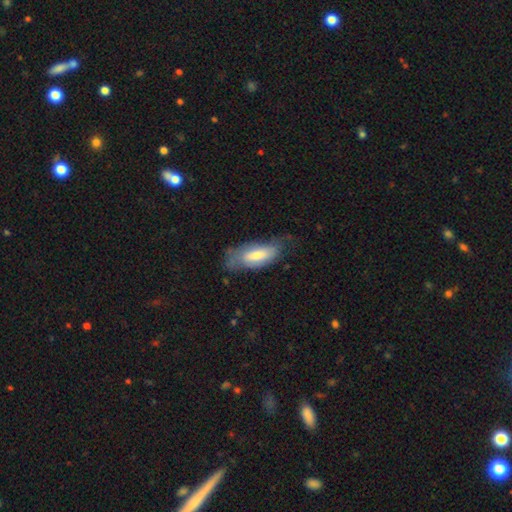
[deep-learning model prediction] Smooth or featured? Predicted: smooth (p=0.57). How rounded? Predicted: in between (p=0.77). Merging? Predicted: none (p=0.56).